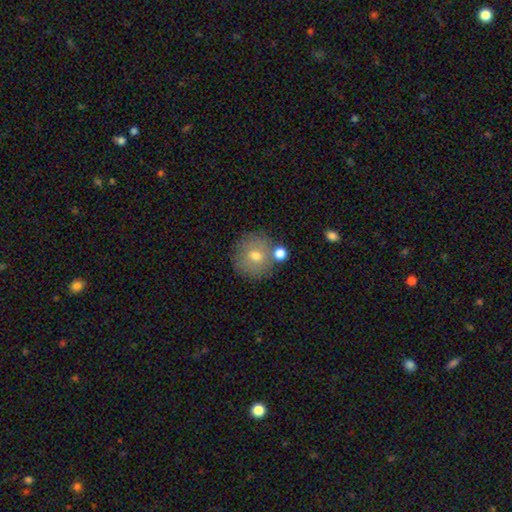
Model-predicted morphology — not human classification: smooth-or-featured: smooth: 72% | featured or disk: 18% | star or artifact: 10%
  how-rounded: round: 92% | in between: 7% | cigar-shaped: 1%
  merging: none: 73% | merger: 14% | minor disturbance: 10% | major disturbance: 3%